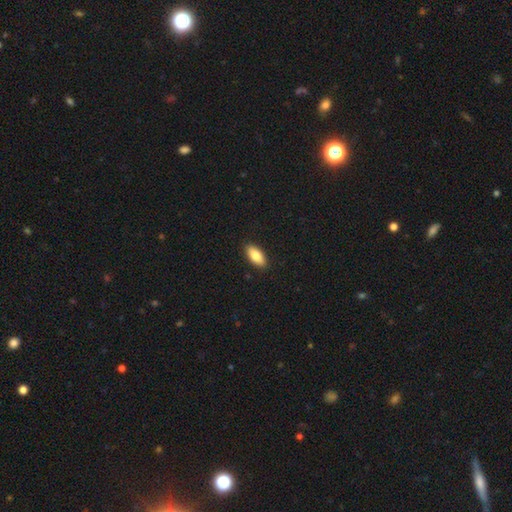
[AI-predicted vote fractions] Smooth or featured? smooth (84%)
How rounded? in between (88%)
Merging? none (90%)